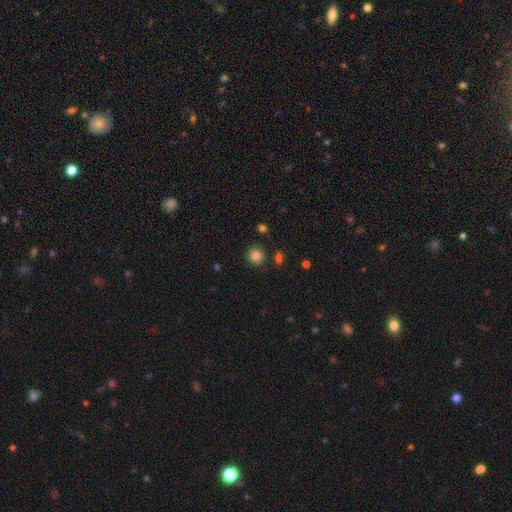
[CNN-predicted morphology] This appears to be a smooth galaxy with no disk features (84%) that is round (91%). Merging: none (87%).